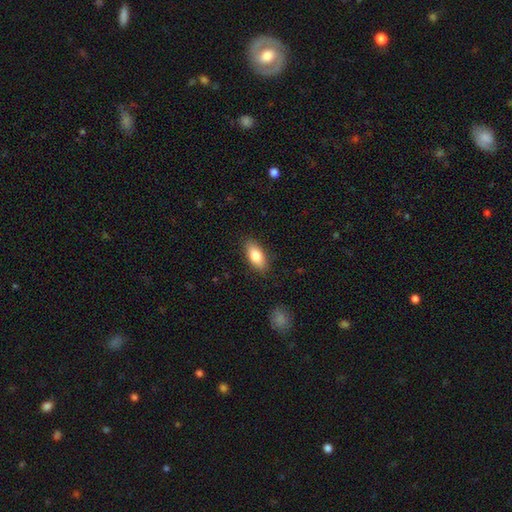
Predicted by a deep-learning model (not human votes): Q: Smooth or featured?
A: smooth (81%); runner-up: featured or disk (13%)
Q: How rounded?
A: in between (85%); runner-up: cigar-shaped (12%)
Q: Merging?
A: none (86%); runner-up: minor disturbance (10%)